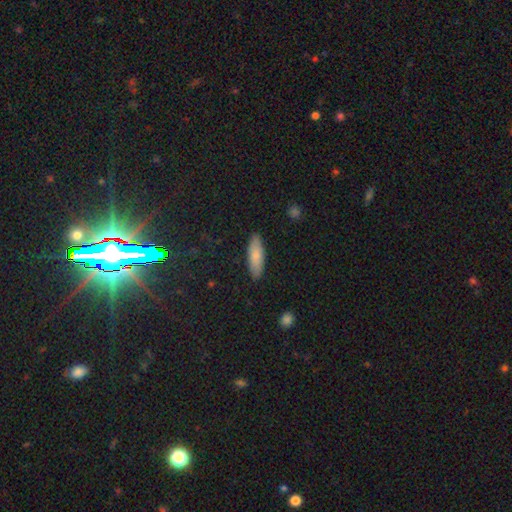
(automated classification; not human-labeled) Smooth or featured: smooth — 81% (featured or disk — 13%)
How rounded: in between — 56% (cigar-shaped — 42%)
Merging: none — 88% (minor disturbance — 9%)